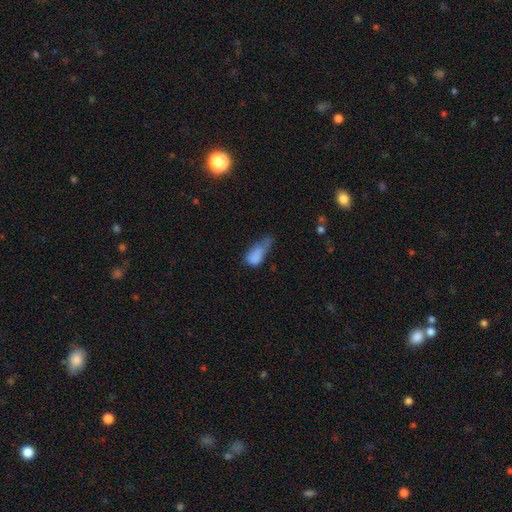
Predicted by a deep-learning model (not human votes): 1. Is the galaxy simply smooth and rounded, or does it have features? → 75% smooth, 14% featured or disk, 11% star or artifact.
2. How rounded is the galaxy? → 83% in between, 9% round, 8% cigar-shaped.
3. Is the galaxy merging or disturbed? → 39% major disturbance, 33% minor disturbance, 18% none, 10% merger.